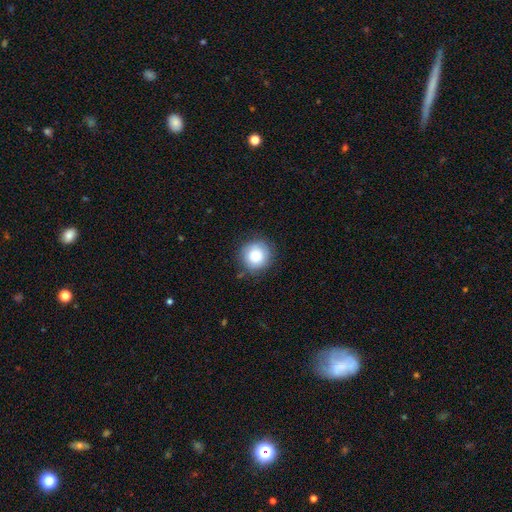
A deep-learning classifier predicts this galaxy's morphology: Q: Smooth or featured?
A: smooth (82%); runner-up: featured or disk (10%)
Q: How rounded?
A: round (93%); runner-up: in between (6%)
Q: Merging?
A: none (83%); runner-up: minor disturbance (12%)